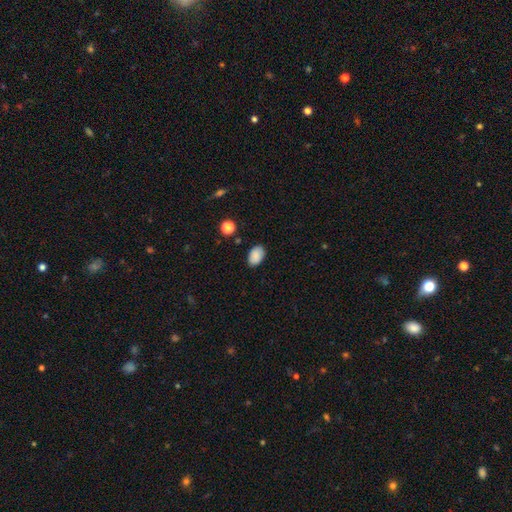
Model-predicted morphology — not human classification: This is clearly a smooth galaxy (87%). How rounded: clearly in between (87%). Merging: clearly none (85%).